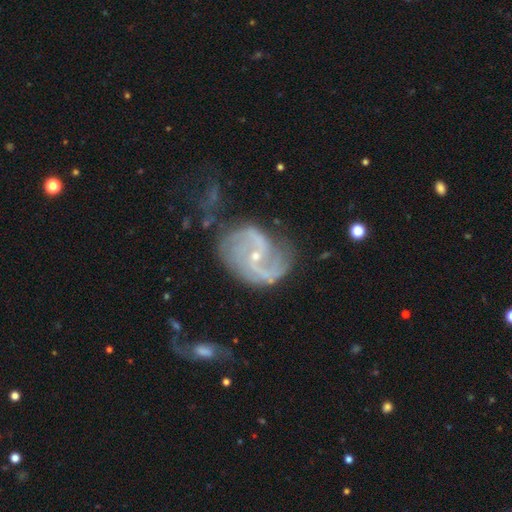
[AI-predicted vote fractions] Overall: featured or disk (89%). Edge-on disk: no (97%). Bar: no (44%; weak 40%). Spiral arms: yes (96%). Spiral arm count: 2 (76%). Spiral winding: medium (46%; loose 35%). Bulge size: small (77%). Merging: none (52%; minor disturbance 24%).